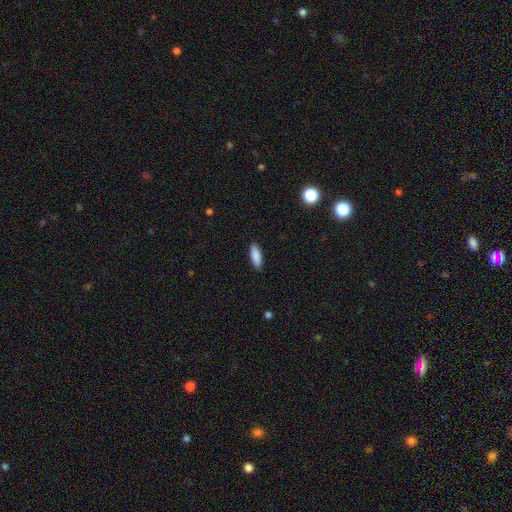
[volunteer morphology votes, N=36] A smooth galaxy with no disk features (92%) that is in between round and cigar-shaped (55%).

Vote fractions:
- Smooth or featured? smooth: 92% / star or artifact: 6% / featured or disk: 3%
- How rounded? in between: 55% / cigar-shaped: 45% / round: 0%
- Merging? none: 94% / minor disturbance: 6% / major disturbance: 0% / merger: 0%